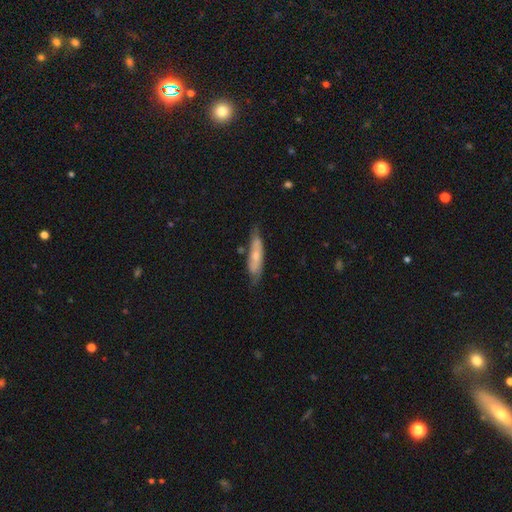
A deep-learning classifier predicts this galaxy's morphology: smooth_or_featured: smooth (p=0.50) [alt: featured or disk p=0.44]
merging: none (p=0.66) [alt: minor disturbance p=0.24]